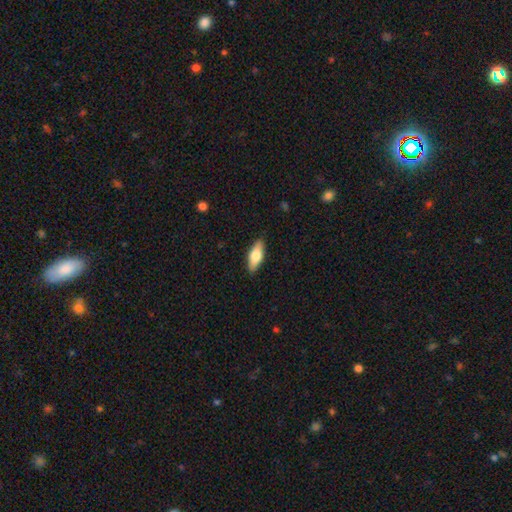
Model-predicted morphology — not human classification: This appears to be a smooth galaxy with no disk features (68%) that is in between round and cigar-shaped (68%). Merging: none (89%).